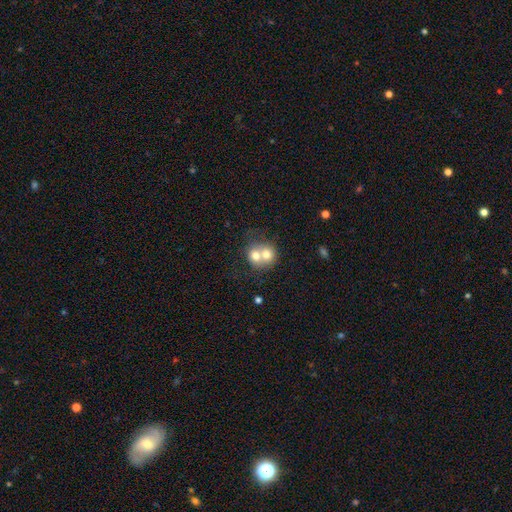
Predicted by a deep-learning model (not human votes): Overall: smooth (67%). How rounded: round (73%). Merging: merger (73%).